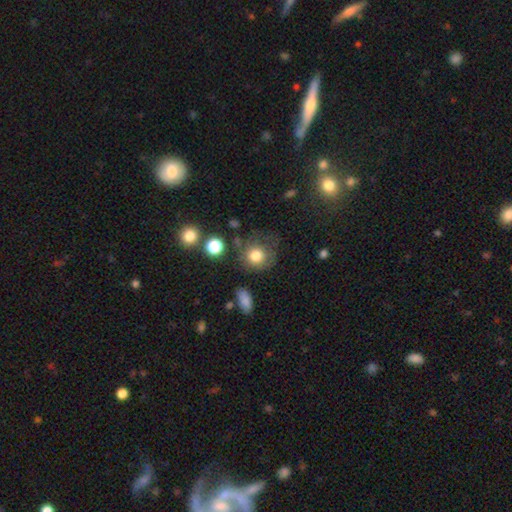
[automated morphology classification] The model was most divided on "merging": none: 61%, minor disturbance: 21%, major disturbance: 13%, merger: 5%. More confident: how rounded — round (85%); smooth or featured — smooth (78%).